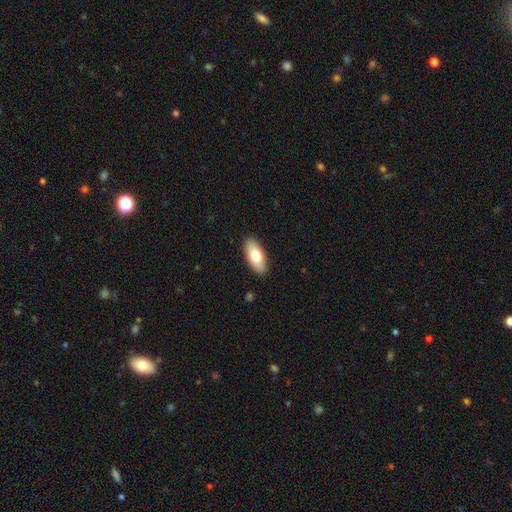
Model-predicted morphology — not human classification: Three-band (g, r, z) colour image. It shows a smooth galaxy with no disk features (76%) that is in between round and cigar-shaped (89%). Merging: none (90%).